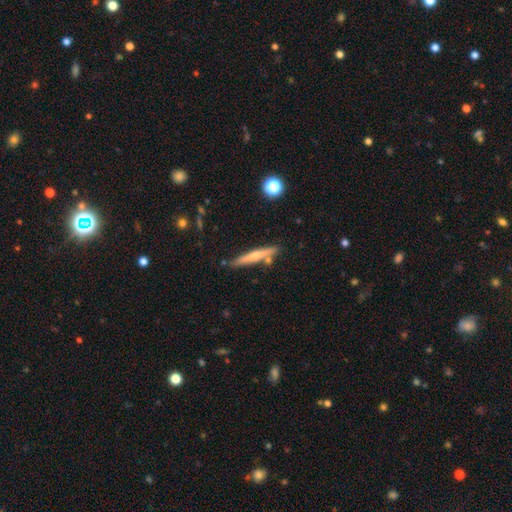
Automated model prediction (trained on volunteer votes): Smooth or featured? Predicted: smooth (p=0.51). How rounded? Predicted: cigar-shaped (p=0.94). Merging? Predicted: none (p=0.79).